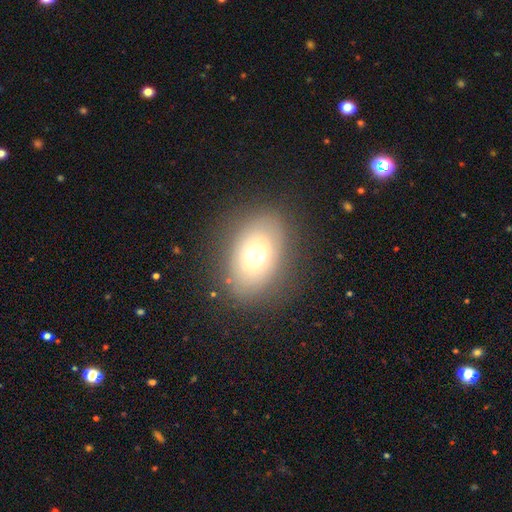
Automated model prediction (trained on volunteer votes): Overall: smooth (57%; featured or disk 32%). How rounded: in between (77%). Merging: none (80%).